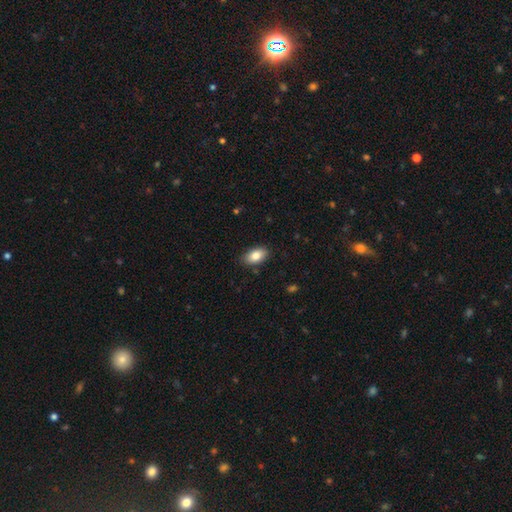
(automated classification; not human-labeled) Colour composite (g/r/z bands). It shows a smooth galaxy with no disk features (84%) that is in between round and cigar-shaped (92%). Merging: none (86%).